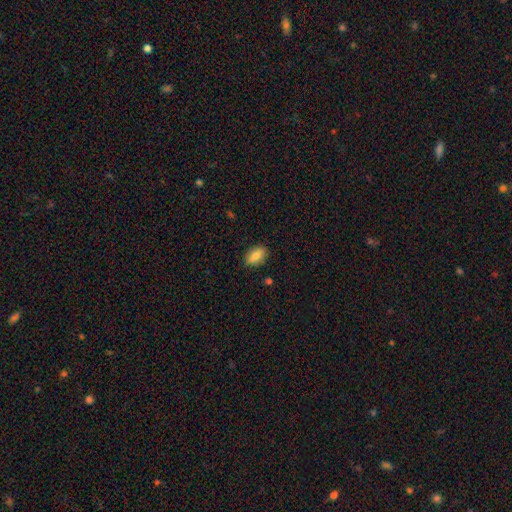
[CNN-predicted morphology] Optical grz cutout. It shows a smooth galaxy with no disk features (80%) that is in between round and cigar-shaped (87%). Merging: none (84%).